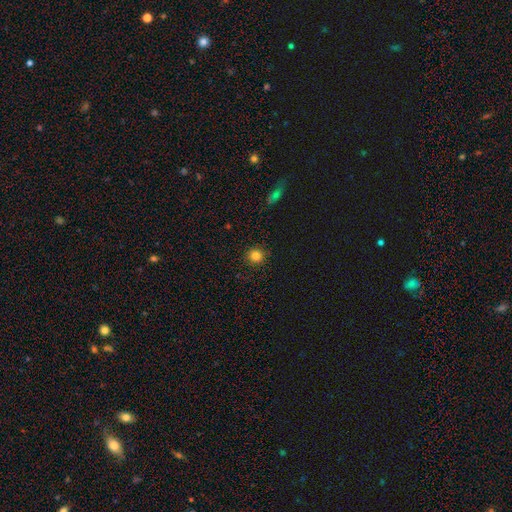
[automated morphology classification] This appears to be a smooth galaxy with no disk features (83%) that is round (94%). Merging: none (91%).